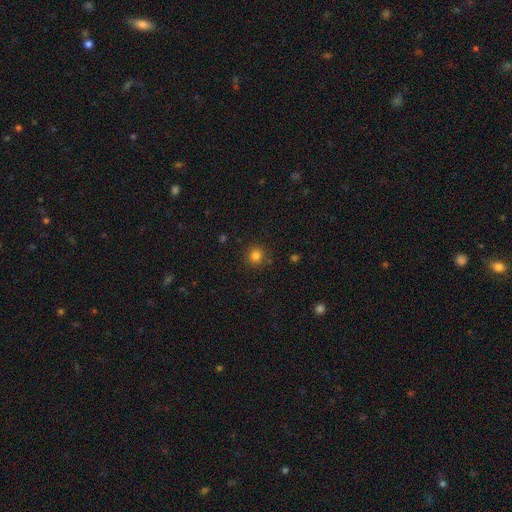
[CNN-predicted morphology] type=smooth (82%); roundness=round (92%); merging=none (88%).